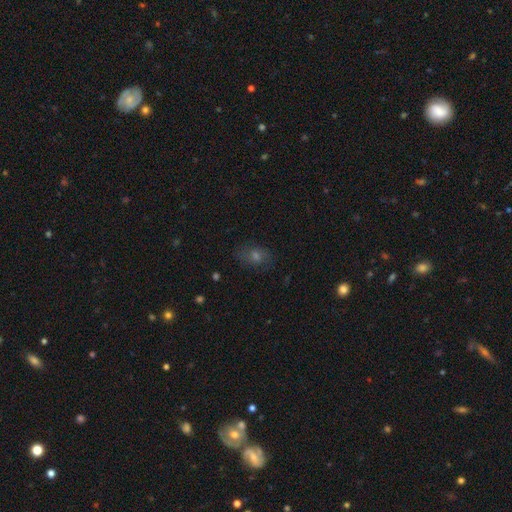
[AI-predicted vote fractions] Morphology: type=smooth (44%); merging=none (79%).